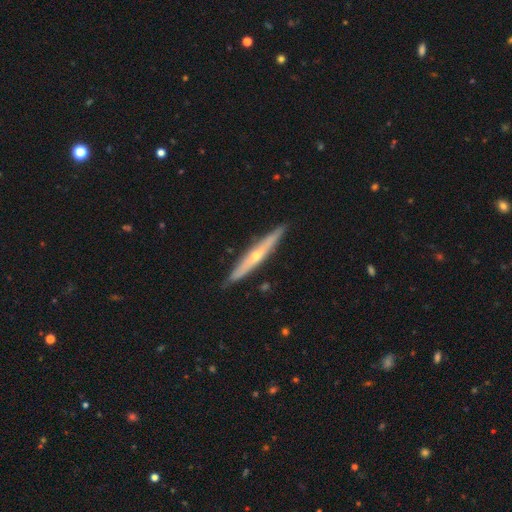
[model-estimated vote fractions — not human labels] The model was most divided on "smooth or featured": featured or disk: 66%, smooth: 29%, star or artifact: 5%. More confident: edge-on disk — yes (94%); merging — none (88%); edge-on bulge — rounded (78%).